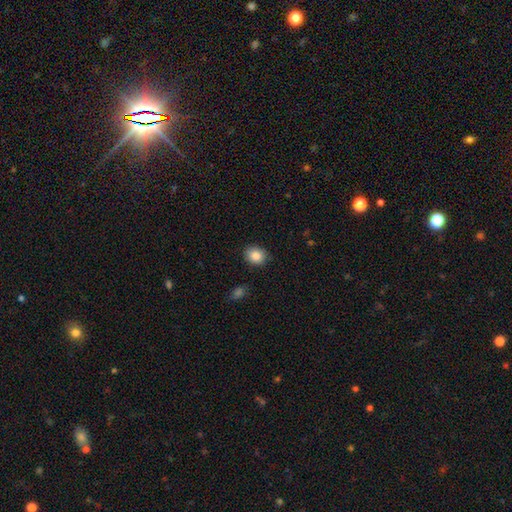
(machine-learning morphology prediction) A smooth galaxy with no disk features (85%) that is round (63%).

Vote fractions:
- Smooth or featured? smooth: 85% / star or artifact: 9% / featured or disk: 6%
- How rounded? round: 63% / in between: 36% / cigar-shaped: 1%
- Merging? none: 87% / minor disturbance: 10% / major disturbance: 2% / merger: 1%